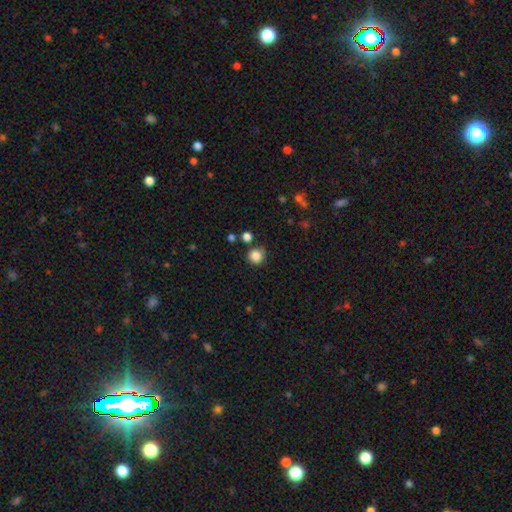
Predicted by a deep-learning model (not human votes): smooth 85%, star or artifact 11%, featured or disk 4%. Down the decision tree: how rounded — round (94%); merging — none (80%).